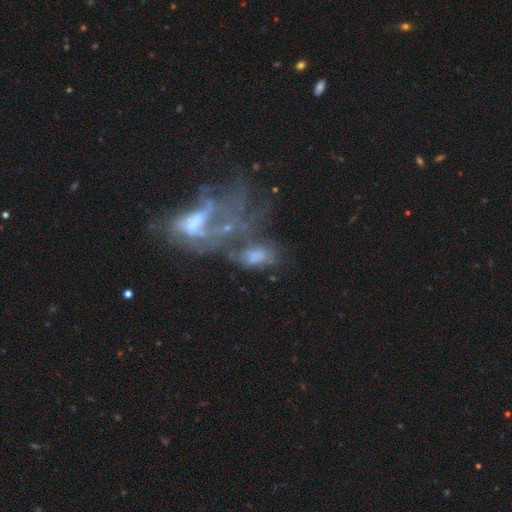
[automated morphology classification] type=featured or disk (44%); merging=merger (41%).